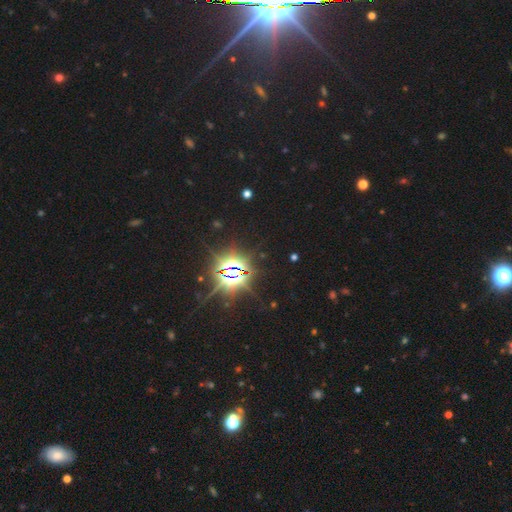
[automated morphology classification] Smooth or featured?
  - star or artifact: 81% *
  - smooth: 12%
  - featured or disk: 7%